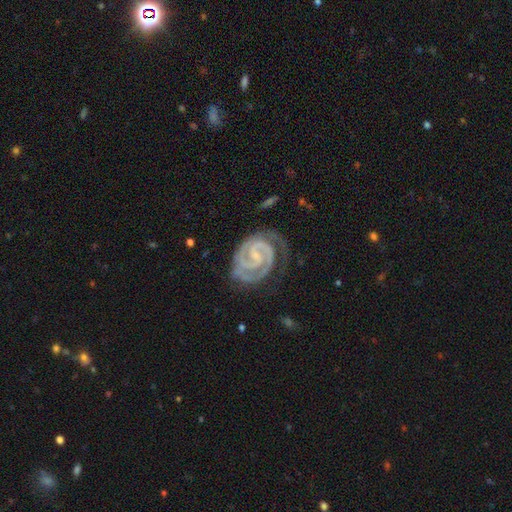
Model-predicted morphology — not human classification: A featured or disk galaxy (93%) with a weak bar (45%), 2 (86%) tight (73%) spiral arms (99%) and a small central bulge (65%).

Vote fractions:
- Smooth or featured? featured or disk: 93% / star or artifact: 4% / smooth: 3%
- Edge-on disk? no: 98% / yes: 2%
- Bar? weak: 45% / no: 30% / strong: 25%
- Spiral arms? yes: 99% / no: 1%
- Spiral winding? tight: 73% / medium: 25% / loose: 3%
- Spiral arm count? 2: 86% / 3: 7% / can't tell: 3% / 1: 2% / 4: 2% / more than 4: 2%
- Bulge size? small: 65% / none: 20% / moderate: 13% / large: 1% / dominant: 1%
- Merging? none: 71% / minor disturbance: 19% / major disturbance: 8% / merger: 2%